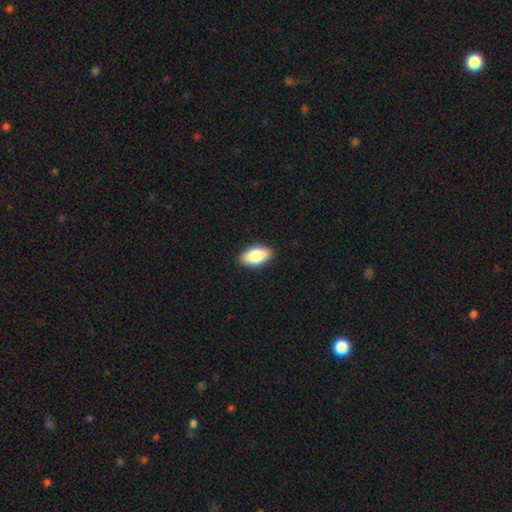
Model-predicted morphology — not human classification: Smooth or featured: smooth — 83% (featured or disk — 10%)
How rounded: in between — 93% (round — 4%)
Merging: none — 89% (minor disturbance — 8%)